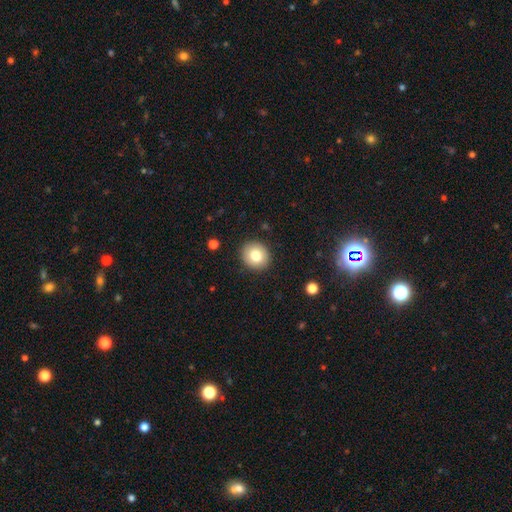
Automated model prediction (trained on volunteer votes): This appears to be a smooth galaxy with no disk features (80%) that is round (80%). Merging: none (90%).